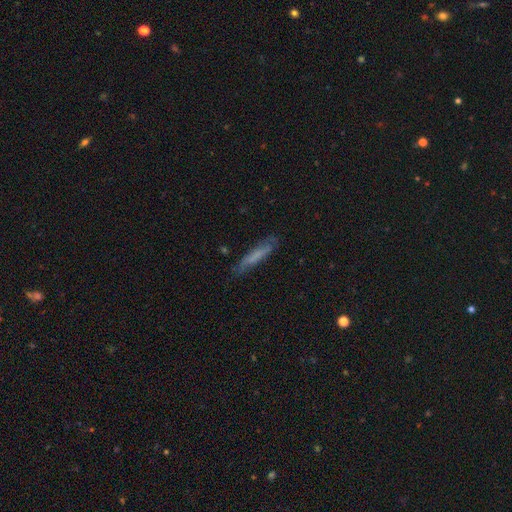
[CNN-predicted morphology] Smooth or featured? Predicted: smooth (p=0.59). How rounded? Predicted: cigar-shaped (p=0.88). Merging? Predicted: none (p=0.75).